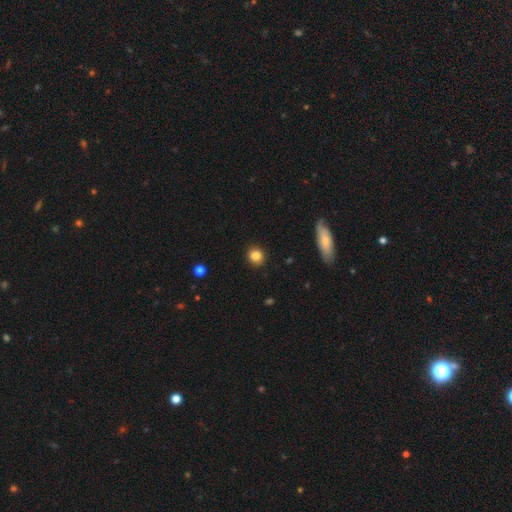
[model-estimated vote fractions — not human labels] Smooth or featured? Predicted: smooth (p=0.84). How rounded? Predicted: round (p=0.83). Merging? Predicted: none (p=0.89).